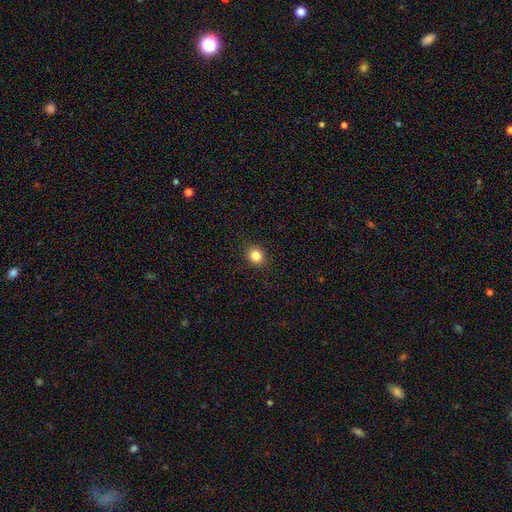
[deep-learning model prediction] This is clearly a smooth galaxy (84%). How rounded: likely round (77%). Merging: clearly none (91%).